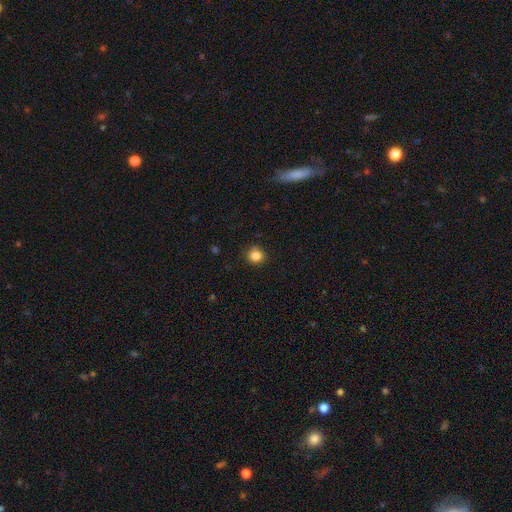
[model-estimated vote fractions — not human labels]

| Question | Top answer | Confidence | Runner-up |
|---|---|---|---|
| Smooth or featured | smooth | 84% | star or artifact (12%) |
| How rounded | round | 91% | in between (8%) |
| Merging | none | 87% | minor disturbance (10%) |